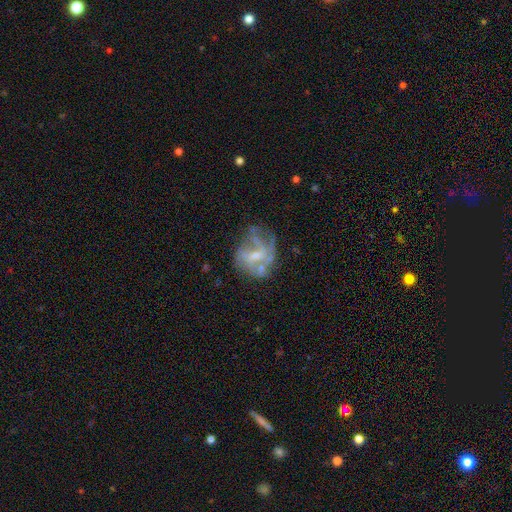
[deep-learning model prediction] Q: Smooth or featured?
A: featured or disk (68%); runner-up: smooth (20%)
Q: Edge-on disk?
A: no (97%); runner-up: yes (3%)
Q: Bar?
A: no (50%); runner-up: weak (40%)
Q: Spiral arms?
A: yes (57%); runner-up: no (43%)
Q: Bulge size?
A: small (53%); runner-up: moderate (30%)
Q: Merging?
A: none (42%); runner-up: major disturbance (27%)